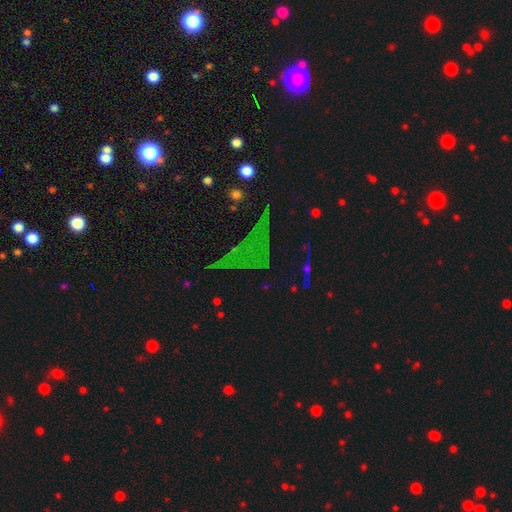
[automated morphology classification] Smooth or featured: star or artifact — 67% (smooth — 18%)